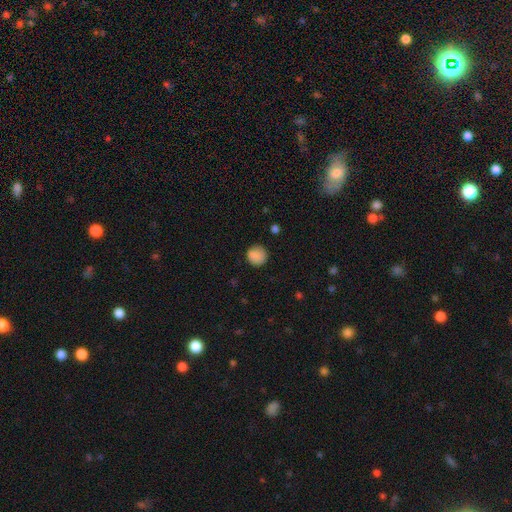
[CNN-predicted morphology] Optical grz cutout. It shows a smooth galaxy with no disk features (87%) that is round (91%). Merging: none (83%).